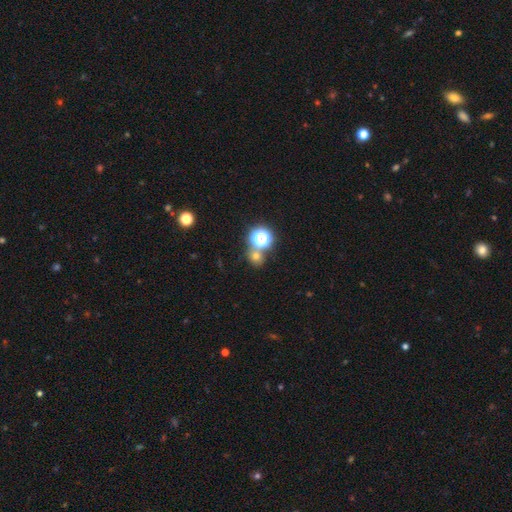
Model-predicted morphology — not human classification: type=smooth (62%); roundness=round (81%); merging=none (67%).